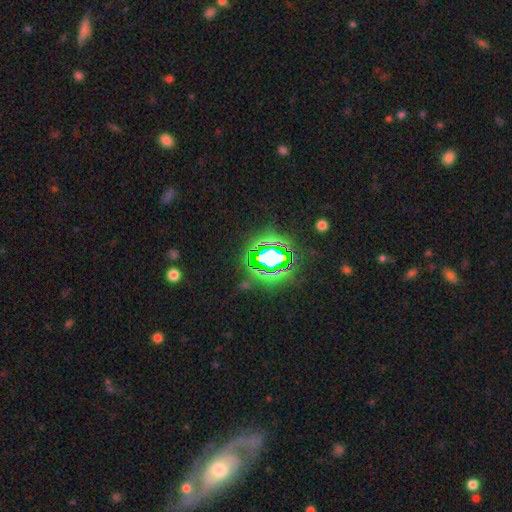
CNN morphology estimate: This appears to be a star or artifact, not a galaxy (78%).